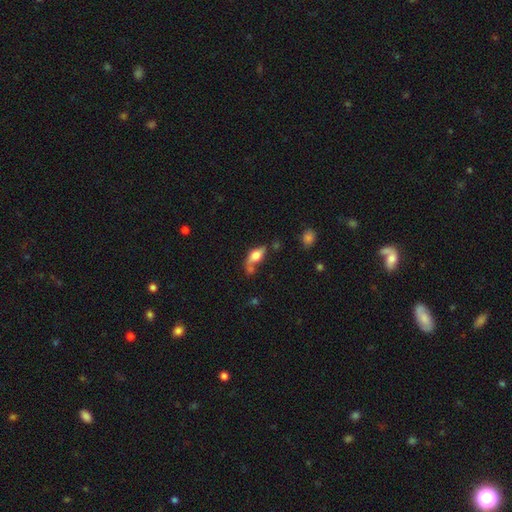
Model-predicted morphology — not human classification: Smooth or featured? Predicted: smooth (p=0.64). How rounded? Predicted: in between (p=0.77). Merging? Predicted: none (p=0.42).